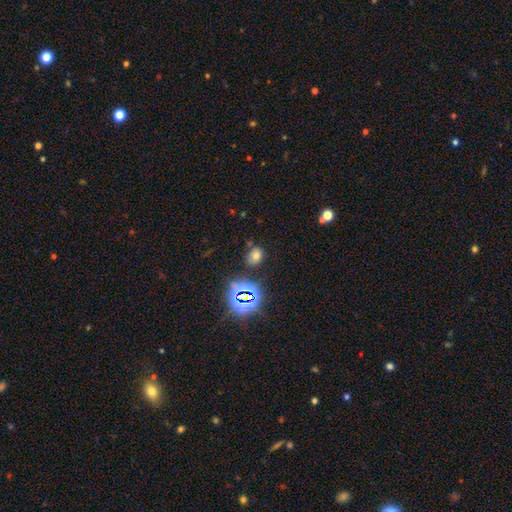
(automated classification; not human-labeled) Q: Smooth or featured?
A: smooth (61%); runner-up: star or artifact (29%)
Q: How rounded?
A: in between (54%); runner-up: round (45%)
Q: Merging?
A: none (76%); runner-up: minor disturbance (14%)